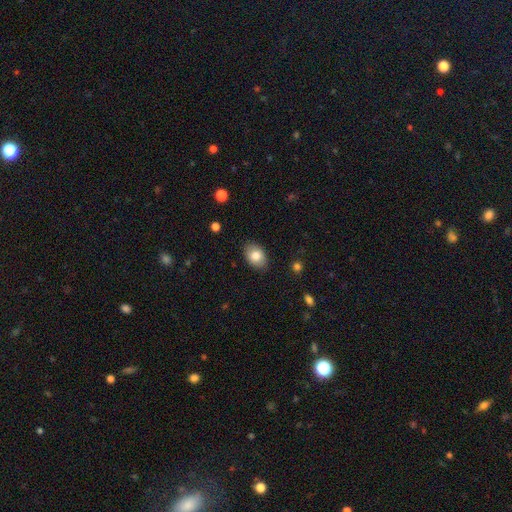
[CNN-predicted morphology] smooth-or-featured: smooth: 82% | featured or disk: 11% | star or artifact: 8%
  how-rounded: in between: 81% | round: 18% | cigar-shaped: 1%
  merging: none: 86% | minor disturbance: 11% | major disturbance: 2% | merger: 1%